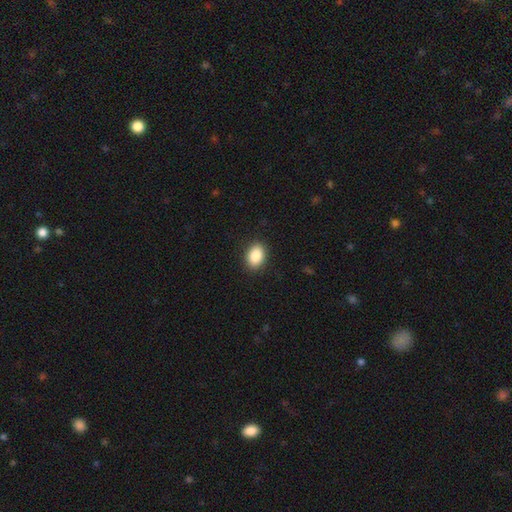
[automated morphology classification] A smooth galaxy with no disk features (87%) that is in between round and cigar-shaped (81%). Merging: none (90%).